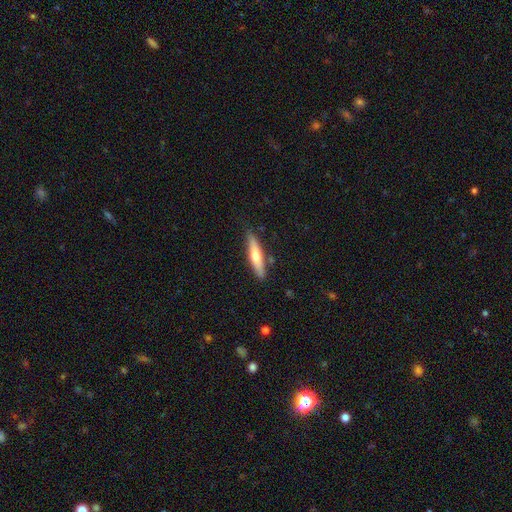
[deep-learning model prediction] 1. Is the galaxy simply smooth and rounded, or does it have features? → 60% smooth, 34% featured or disk, 6% star or artifact.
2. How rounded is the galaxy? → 82% cigar-shaped, 17% in between, 1% round.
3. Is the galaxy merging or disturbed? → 82% none, 12% minor disturbance, 3% merger, 2% major disturbance.